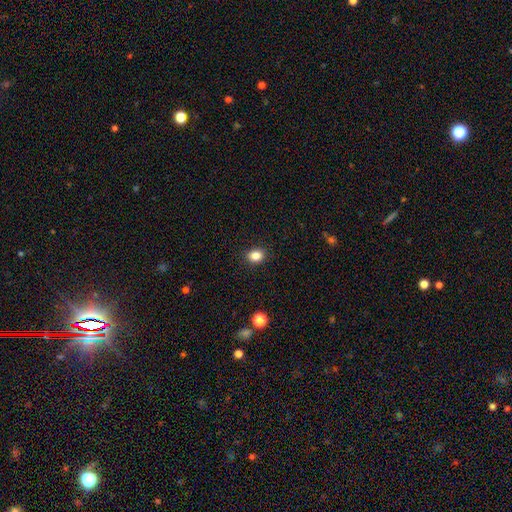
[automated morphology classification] Smooth or featured? smooth (84%)
How rounded? round (51%)
Merging? none (89%)